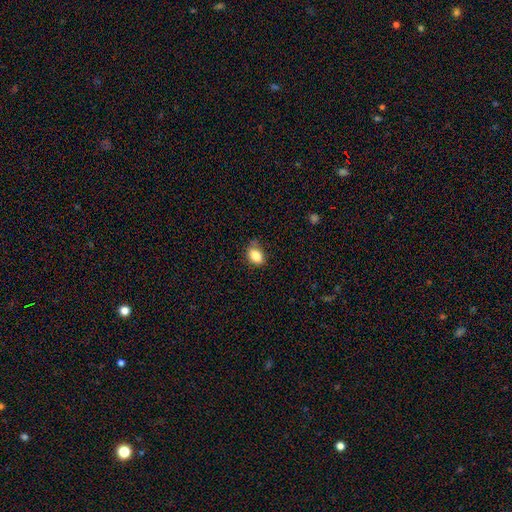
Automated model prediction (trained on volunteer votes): Q: Smooth or featured?
A: smooth (85%); runner-up: star or artifact (9%)
Q: How rounded?
A: in between (80%); runner-up: round (19%)
Q: Merging?
A: none (63%); runner-up: minor disturbance (29%)